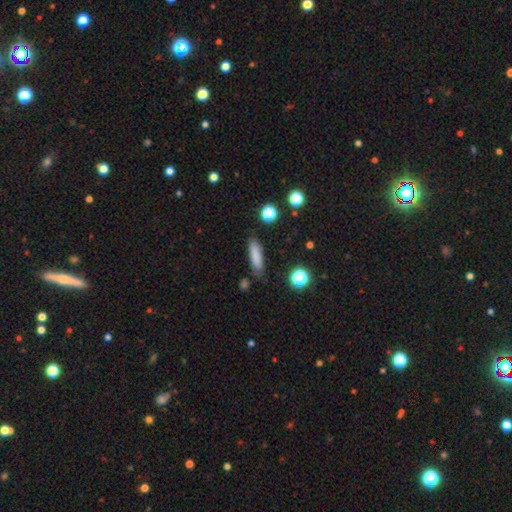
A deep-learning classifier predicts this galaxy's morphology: A smooth galaxy with no disk features (82%) that is cigar-shaped (67%). Merging: none (82%).